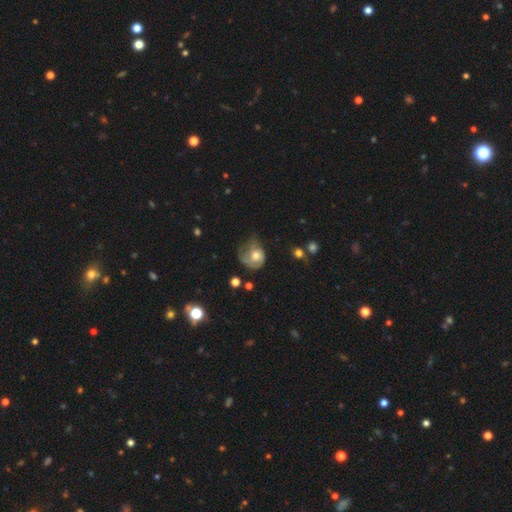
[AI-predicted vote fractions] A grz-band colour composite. It shows a smooth galaxy with no disk features (51%) that is round (63%). Merging: major disturbance (35%).